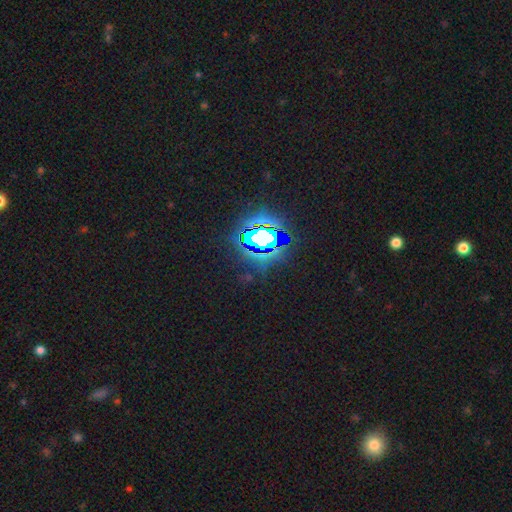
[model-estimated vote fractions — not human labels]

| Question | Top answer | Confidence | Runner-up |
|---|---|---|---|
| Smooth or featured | star or artifact | 82% | smooth (11%) |